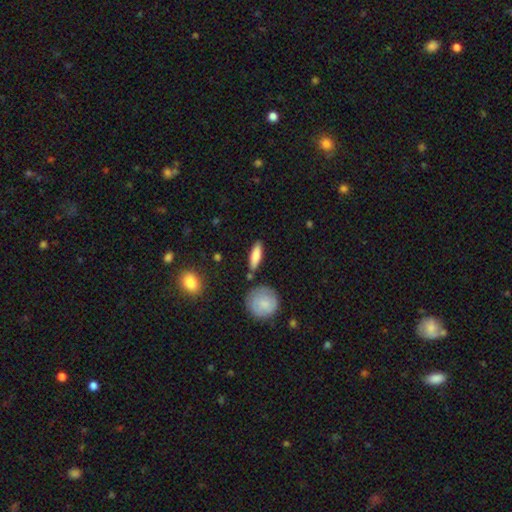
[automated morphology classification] Overall: smooth (77%). How rounded: cigar-shaped (55%; in between 41%). Merging: none (82%).